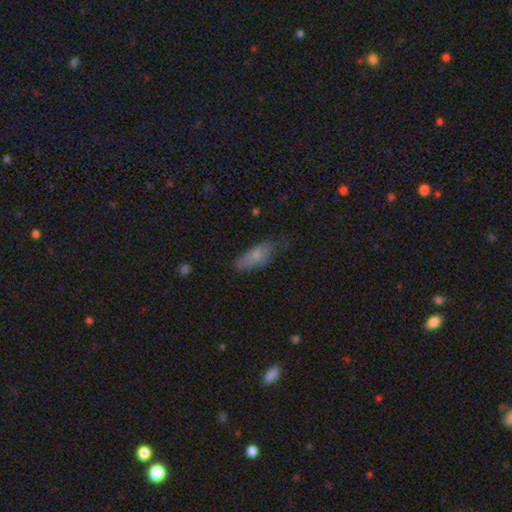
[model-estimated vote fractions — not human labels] smooth 69%, featured or disk 23%, star or artifact 8%. Down the decision tree: how rounded — in between (72%); merging — none (55%).